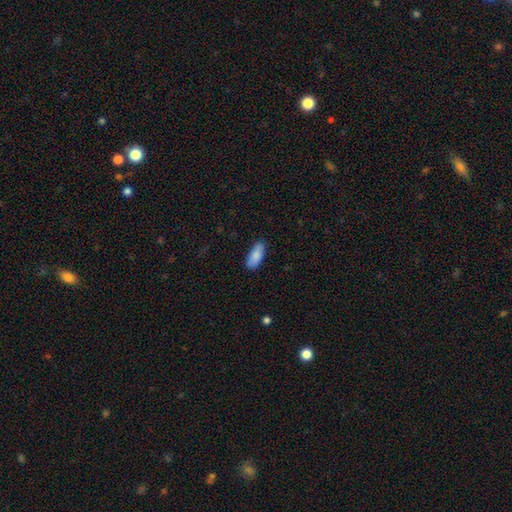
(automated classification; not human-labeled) This appears to be a smooth galaxy with no disk features (87%) that is in between round and cigar-shaped (83%). Merging: none (84%).